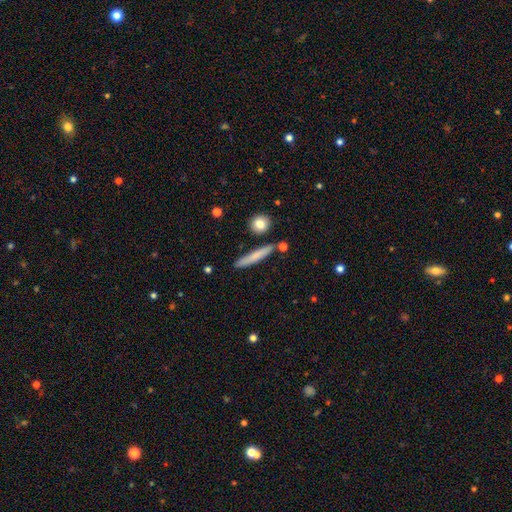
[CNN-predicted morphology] A smooth galaxy with no disk features (69%) that is cigar-shaped (92%). Merging: none (84%).